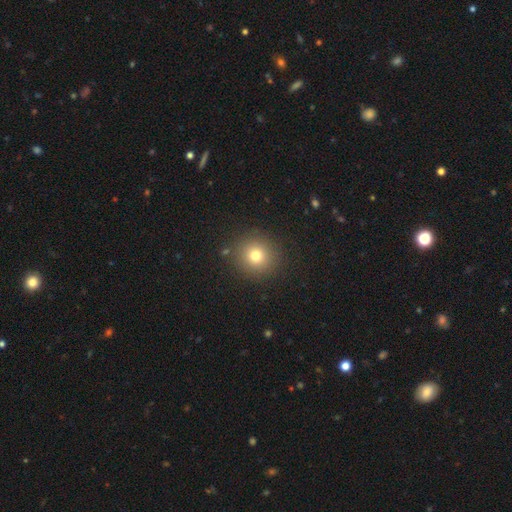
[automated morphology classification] Smooth or featured?
  - smooth: 77% *
  - star or artifact: 14%
  - featured or disk: 9%
How rounded?
  - round: 91% *
  - in between: 8%
  - cigar-shaped: 1%
Merging?
  - none: 89% *
  - minor disturbance: 7%
  - major disturbance: 3%
  - merger: 2%